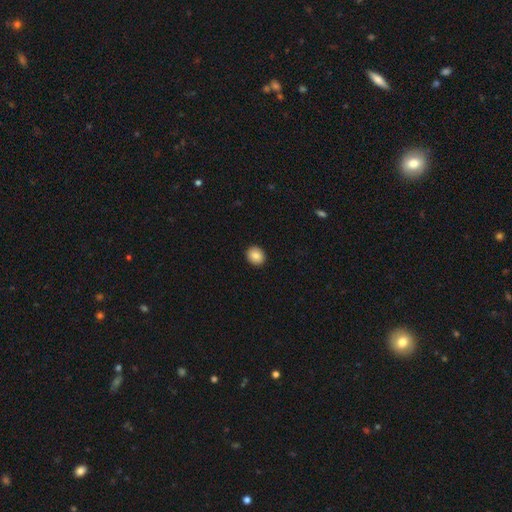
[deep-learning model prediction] This is clearly a smooth galaxy (86%). How rounded: likely round (73%). Merging: clearly none (92%).